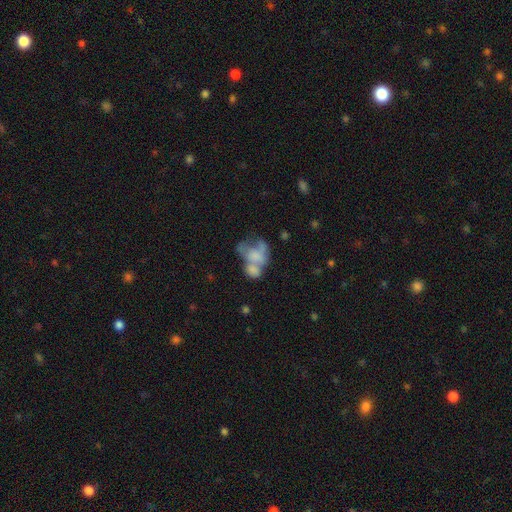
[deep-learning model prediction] A smooth galaxy with no disk features (51%) that is in between round and cigar-shaped (74%). Merging: merger (57%).